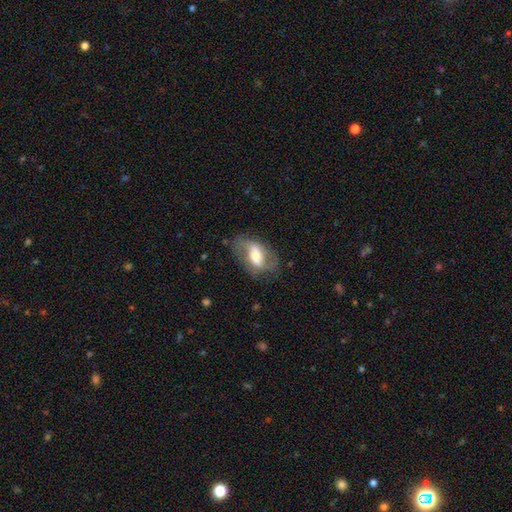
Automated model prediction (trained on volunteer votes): smooth-or-featured: featured or disk: 59% | smooth: 34% | star or artifact: 7%
  disk-edge-on: no: 89% | yes: 11%
    bar: strong: 42% | weak: 36% | no: 22%
    has-spiral-arms: yes: 67% | no: 33%
    bulge-size: moderate: 56% | large: 20% | small: 19% | dominant: 2% | none: 2%
  merging: none: 66% | minor disturbance: 21% | major disturbance: 12% | merger: 2%